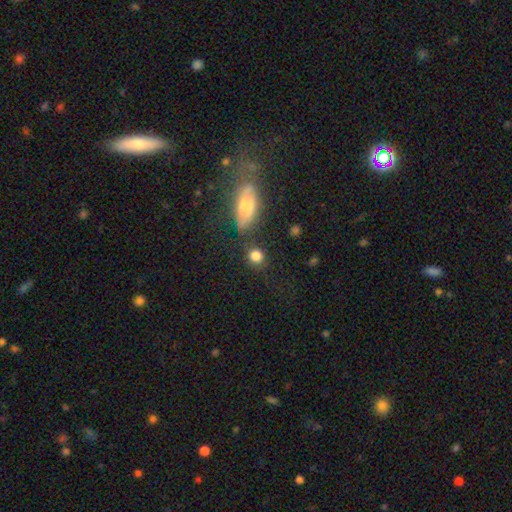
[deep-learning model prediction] A smooth galaxy with no disk features (83%) that is round (80%).

Vote fractions:
- Smooth or featured? smooth: 83% / star or artifact: 10% / featured or disk: 7%
- How rounded? round: 80% / in between: 18% / cigar-shaped: 2%
- Merging? none: 77% / minor disturbance: 12% / merger: 7% / major disturbance: 4%